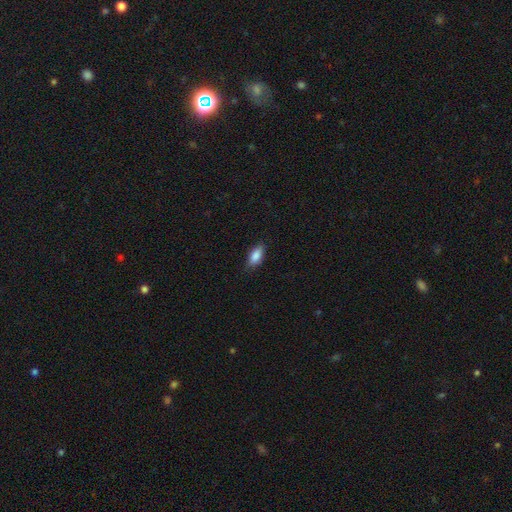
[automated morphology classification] A smooth galaxy with no disk features (85%) that is in between round and cigar-shaped (84%). Merging: none (80%).